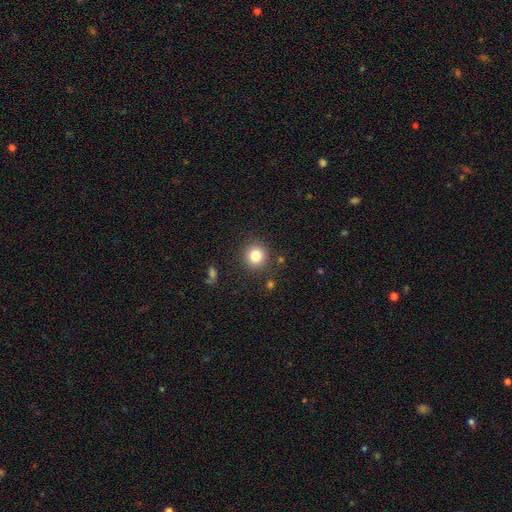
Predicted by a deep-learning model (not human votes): A smooth galaxy with no disk features (82%) that is round (92%). Merging: none (88%).